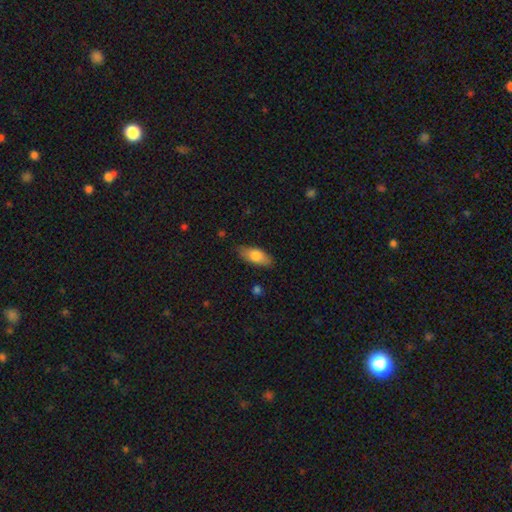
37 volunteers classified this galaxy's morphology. type=smooth (76%); roundness=in between (75%); merging=none (68%).